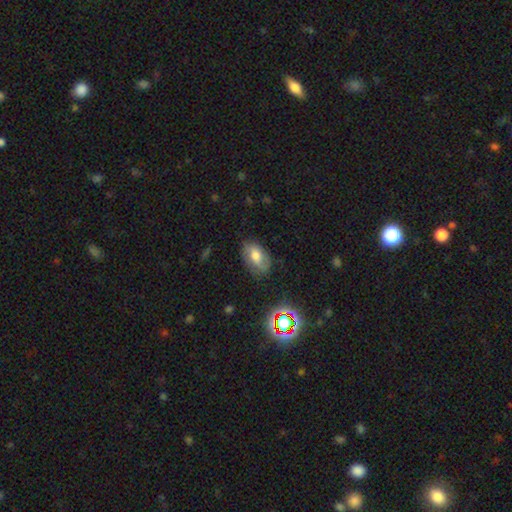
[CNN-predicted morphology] Smooth or featured: smooth — 57% (featured or disk — 29%)
How rounded: in between — 88% (round — 10%)
Merging: none — 72% (minor disturbance — 21%)